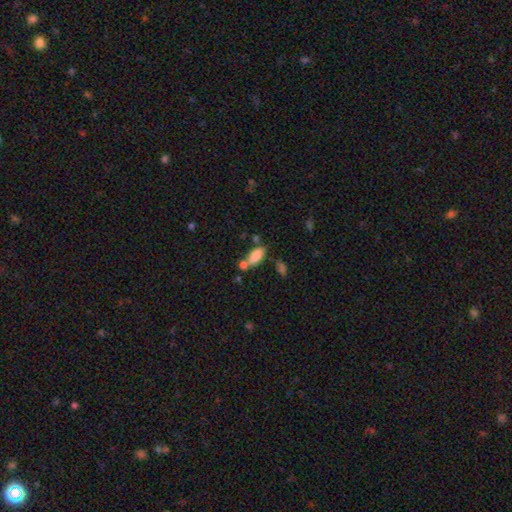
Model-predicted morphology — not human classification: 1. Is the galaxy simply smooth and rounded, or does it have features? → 82% smooth, 9% featured or disk, 8% star or artifact.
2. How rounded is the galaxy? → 86% in between, 10% cigar-shaped, 3% round.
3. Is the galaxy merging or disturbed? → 49% none, 31% merger, 14% minor disturbance, 5% major disturbance.